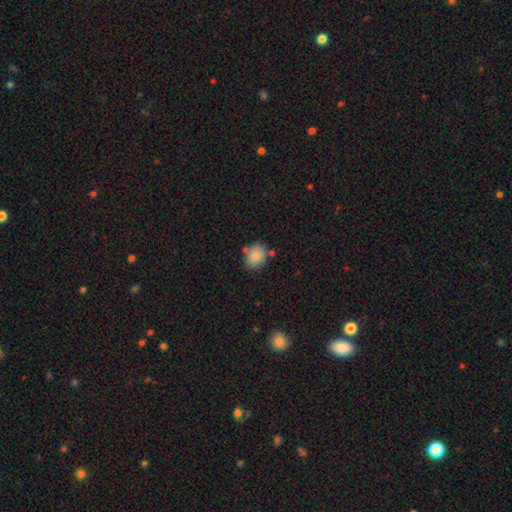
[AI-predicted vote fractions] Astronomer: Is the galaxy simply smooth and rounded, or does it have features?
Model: smooth — 85%.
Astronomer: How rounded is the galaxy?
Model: in between — 56% (runner-up: round, 43%).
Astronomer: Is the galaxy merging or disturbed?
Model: none — 72%.